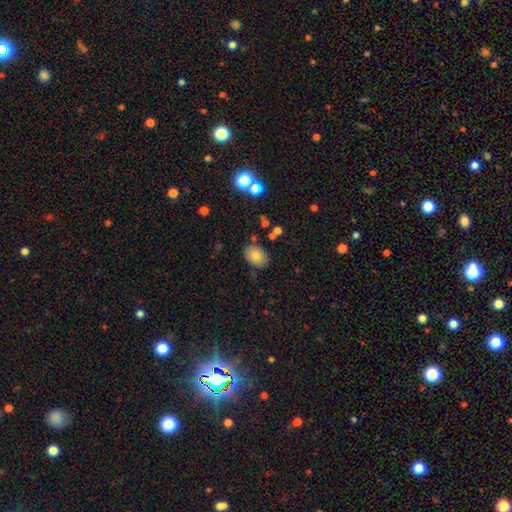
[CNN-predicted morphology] type=smooth (79%); roundness=in between (73%); merging=none (83%).